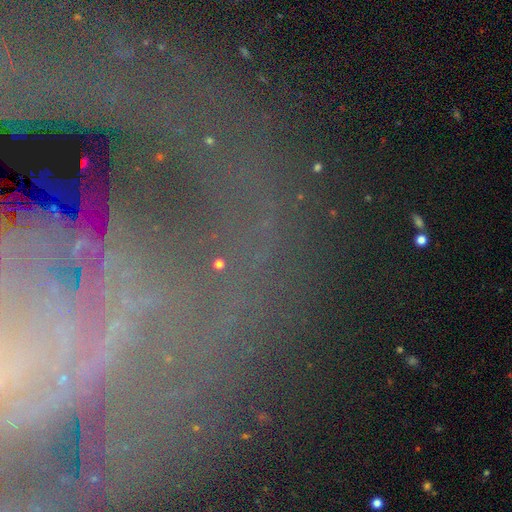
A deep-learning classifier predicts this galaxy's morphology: A featured or disk galaxy (43%). Merging: none (65%).